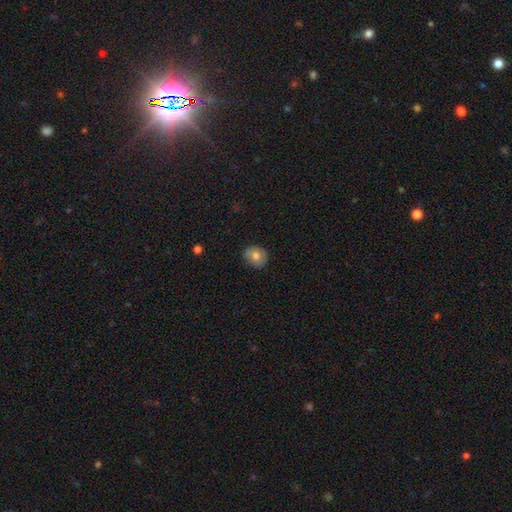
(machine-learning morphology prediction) smooth-or-featured: smooth: 71% | featured or disk: 21% | star or artifact: 8%
  how-rounded: round: 68% | in between: 31% | cigar-shaped: 1%
  merging: none: 79% | minor disturbance: 16% | major disturbance: 3% | merger: 2%